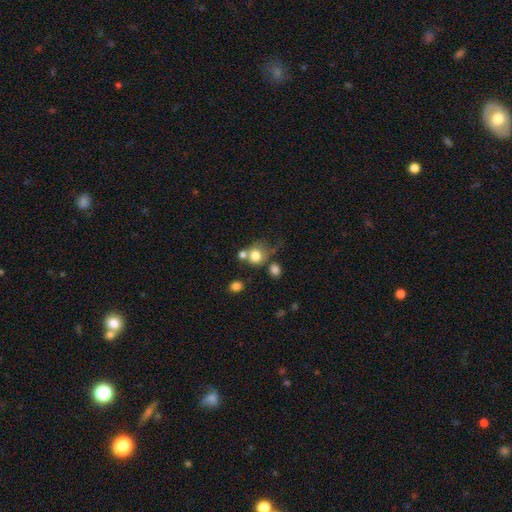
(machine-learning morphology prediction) Smooth or featured: smooth — 77% (featured or disk — 11%)
How rounded: round — 80% (in between — 19%)
Merging: none — 44% (merger — 29%)